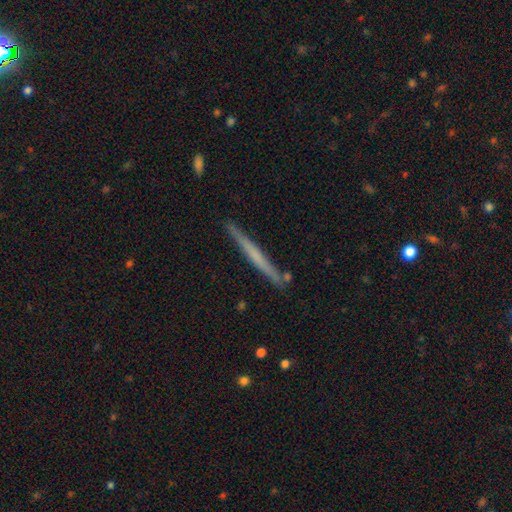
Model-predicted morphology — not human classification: Overall: featured or disk (51%; smooth 44%). Edge-on disk: yes (97%). Merging: none (89%).